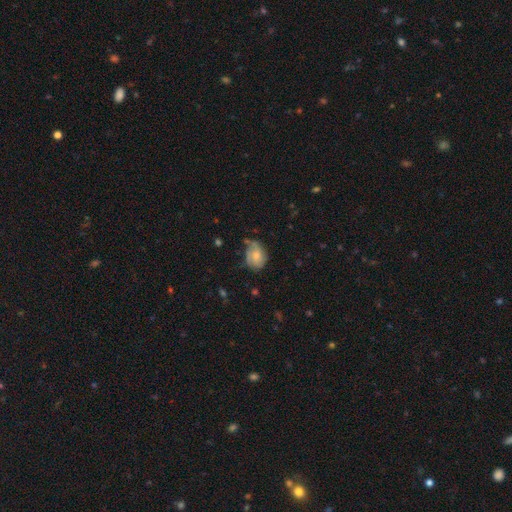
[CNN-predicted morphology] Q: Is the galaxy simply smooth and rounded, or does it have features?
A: smooth — 61%.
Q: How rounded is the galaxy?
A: in between — 63%.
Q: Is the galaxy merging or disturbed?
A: none — 46%.